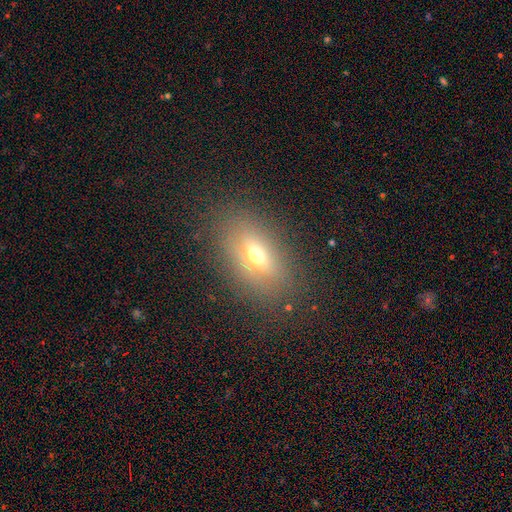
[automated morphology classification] A smooth galaxy with no disk features (56%) that is in between round and cigar-shaped (79%).

Vote fractions:
- Smooth or featured? smooth: 56% / featured or disk: 30% / star or artifact: 14%
- How rounded? in between: 79% / round: 11% / cigar-shaped: 10%
- Merging? none: 81% / minor disturbance: 12% / major disturbance: 5% / merger: 1%